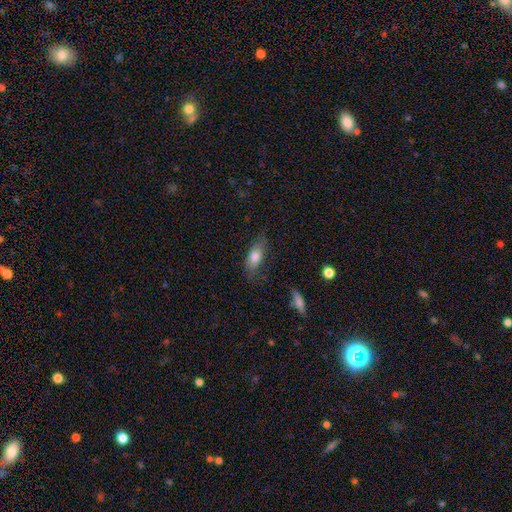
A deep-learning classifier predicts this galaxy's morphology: This appears to be a smooth galaxy with no disk features (76%) that is in between round and cigar-shaped (77%). Merging: none (70%).